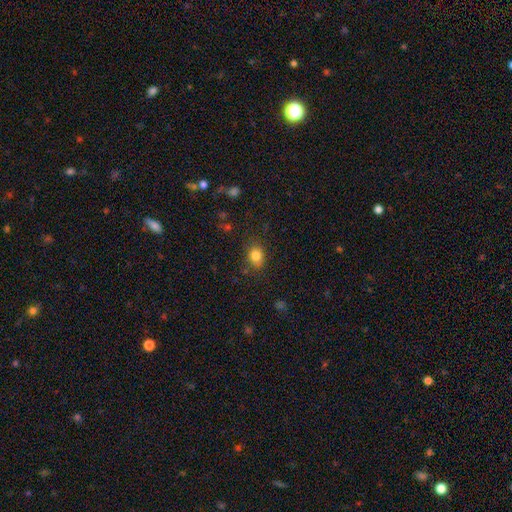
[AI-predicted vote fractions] A smooth galaxy with no disk features (83%) that is in between round and cigar-shaped (51%).

Vote fractions:
- Smooth or featured? smooth: 83% / star or artifact: 11% / featured or disk: 6%
- How rounded? in between: 51% / round: 48% / cigar-shaped: 1%
- Merging? none: 81% / minor disturbance: 13% / major disturbance: 4% / merger: 2%